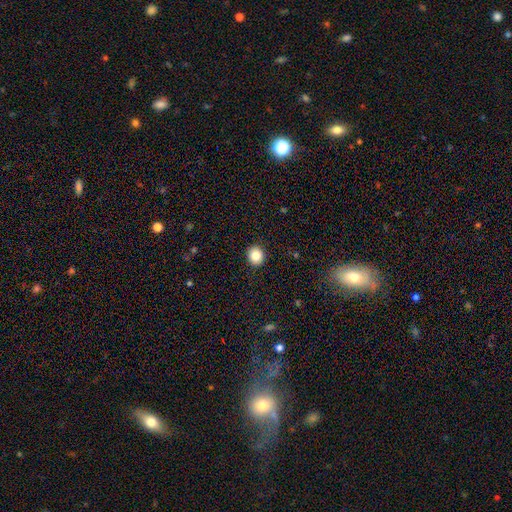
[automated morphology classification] type=smooth (85%); roundness=round (77%); merging=none (92%).